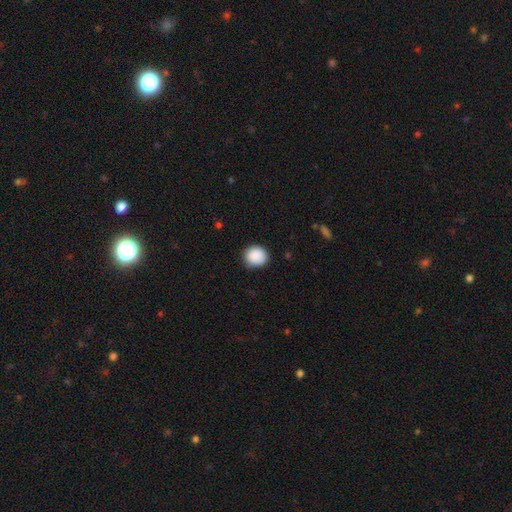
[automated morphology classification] smooth-or-featured: smooth: 89% | star or artifact: 8% | featured or disk: 3%
  how-rounded: round: 84% | in between: 15% | cigar-shaped: 1%
  merging: none: 86% | minor disturbance: 11% | major disturbance: 2% | merger: 1%